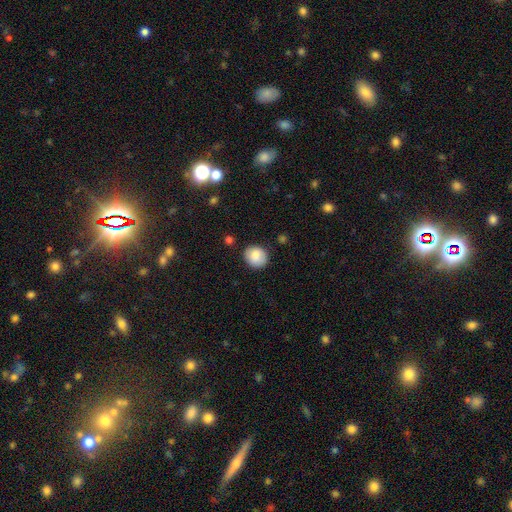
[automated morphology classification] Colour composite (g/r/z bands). It shows a smooth galaxy with no disk features (83%) that is round (77%). Merging: none (84%).